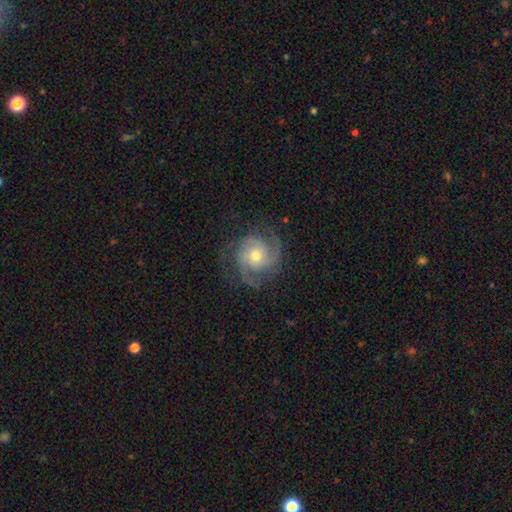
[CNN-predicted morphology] smooth_or_featured: featured or disk (p=0.87) [alt: smooth p=0.07]
disk_edge_on: no (p=0.98) [alt: yes p=0.02]
bar: no (p=0.74) [alt: weak p=0.21]
has_spiral_arms: yes (p=0.97) [alt: no p=0.03]
spiral_winding: tight (p=0.54) [alt: medium p=0.38]
spiral_arm_count: 3 (p=0.41) [alt: 2 p=0.33]
bulge_size: moderate (p=0.61) [alt: small p=0.33]
merging: none (p=0.77) [alt: minor disturbance p=0.15]